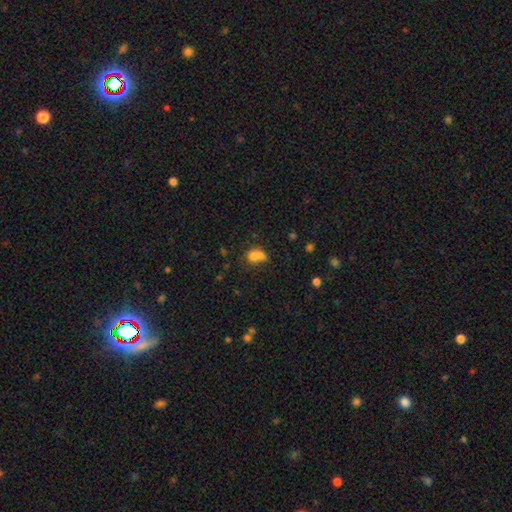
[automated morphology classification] smooth_or_featured: smooth (p=0.71) [alt: featured or disk p=0.17]
how_rounded: round (p=0.52) [alt: in between p=0.47]
merging: merger (p=0.61) [alt: none p=0.22]